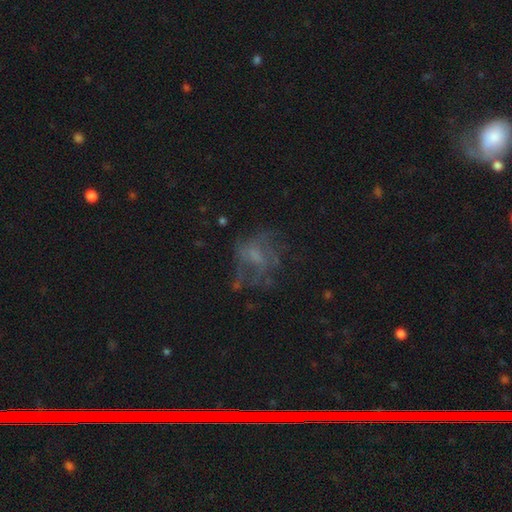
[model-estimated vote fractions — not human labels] This appears to be a featured or disk galaxy (53%) with no bar (67%), no spiral arms (63%) and no central bulge (39%). Merging: none (47%).